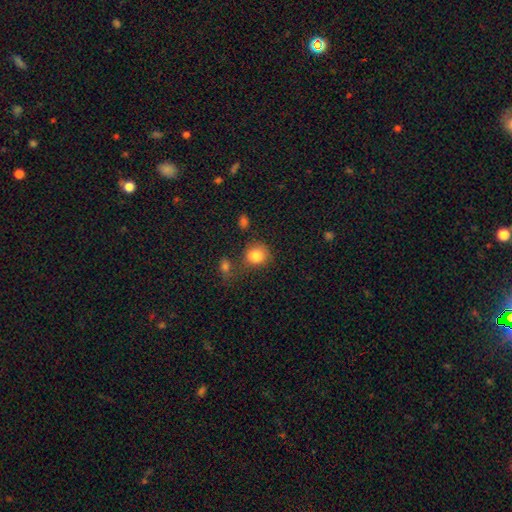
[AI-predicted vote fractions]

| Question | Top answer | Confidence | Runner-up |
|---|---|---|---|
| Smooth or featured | smooth | 84% | star or artifact (10%) |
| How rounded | round | 82% | in between (17%) |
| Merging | none | 62% | minor disturbance (16%) |